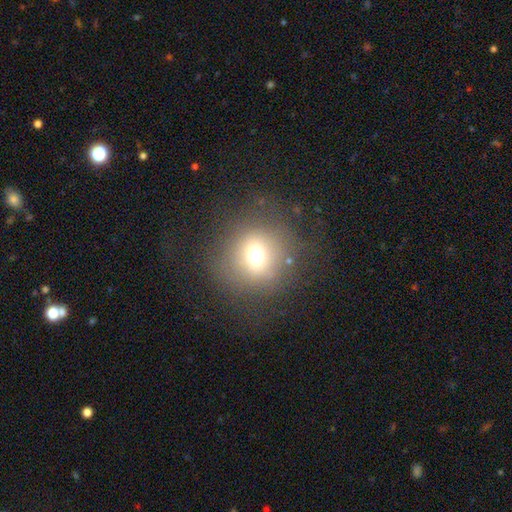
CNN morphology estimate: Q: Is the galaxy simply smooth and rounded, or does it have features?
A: smooth — 66%.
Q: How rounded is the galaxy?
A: round — 89%.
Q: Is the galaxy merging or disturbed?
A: none — 77%.